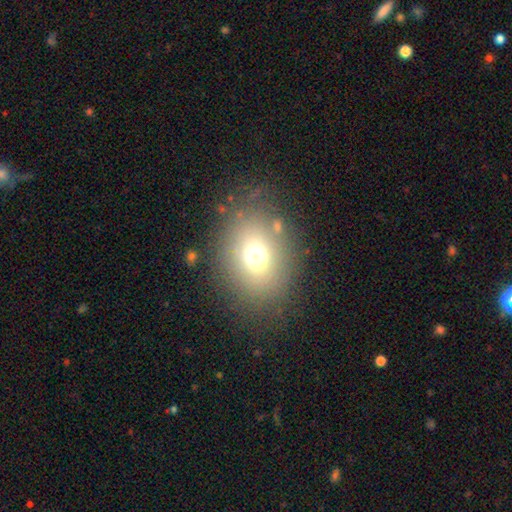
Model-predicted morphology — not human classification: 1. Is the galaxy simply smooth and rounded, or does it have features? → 69% smooth, 18% star or artifact, 13% featured or disk.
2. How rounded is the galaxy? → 52% round, 47% in between, 1% cigar-shaped.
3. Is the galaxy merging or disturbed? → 79% none, 11% minor disturbance, 7% major disturbance, 3% merger.